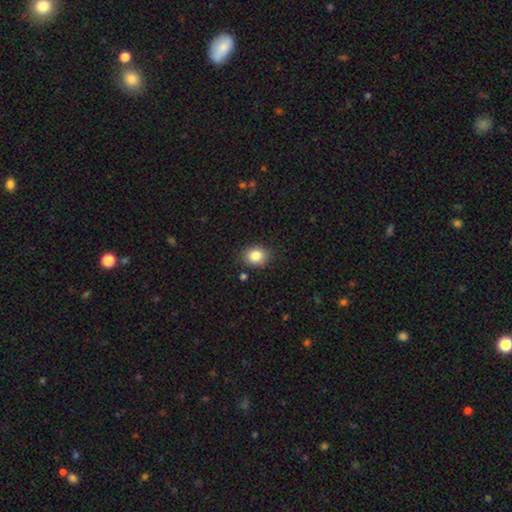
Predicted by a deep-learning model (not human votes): smooth-or-featured: smooth: 85% | star or artifact: 9% | featured or disk: 6%
  how-rounded: round: 58% | in between: 41% | cigar-shaped: 1%
  merging: none: 83% | minor disturbance: 12% | major disturbance: 3% | merger: 2%